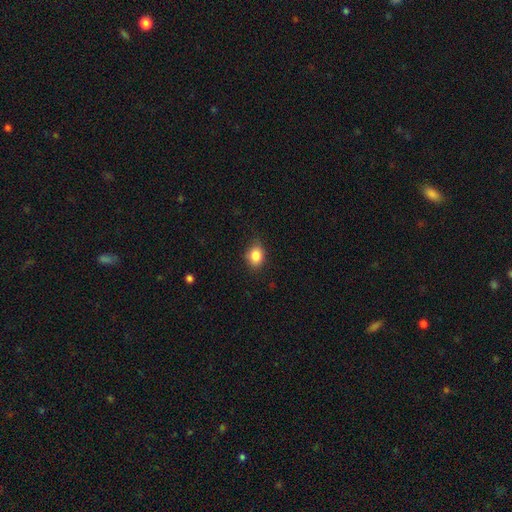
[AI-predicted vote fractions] The model was most divided on "how rounded": in between: 52%, round: 47%, cigar-shaped: 1%. More confident: smooth or featured — smooth (84%); merging — none (77%).